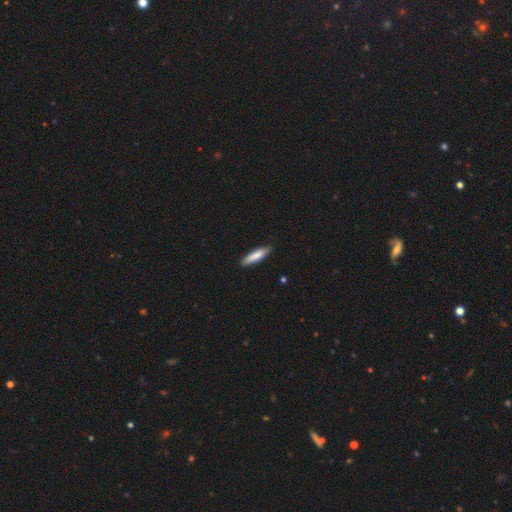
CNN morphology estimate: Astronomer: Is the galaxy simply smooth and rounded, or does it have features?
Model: smooth — 79%.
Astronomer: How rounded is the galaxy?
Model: cigar-shaped — 81%.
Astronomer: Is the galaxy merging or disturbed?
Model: none — 88%.